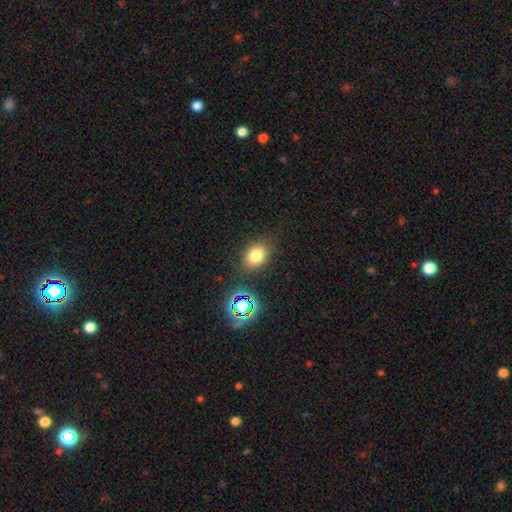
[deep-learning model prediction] Overall: smooth (76%). How rounded: in between (58%; round 41%). Merging: none (80%).